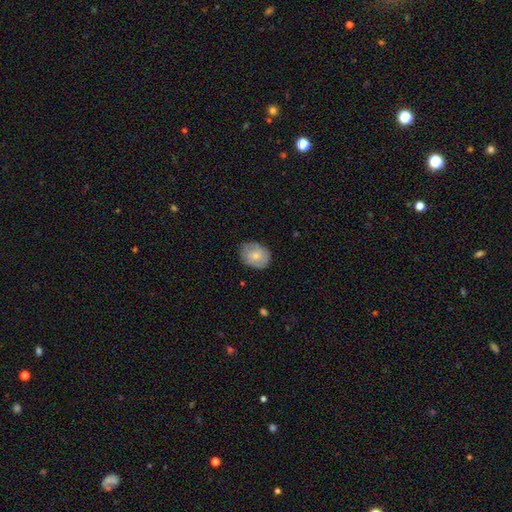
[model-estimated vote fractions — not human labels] Smooth or featured: smooth — 69% (featured or disk — 24%)
How rounded: in between — 51% (round — 48%)
Merging: none — 70% (minor disturbance — 24%)